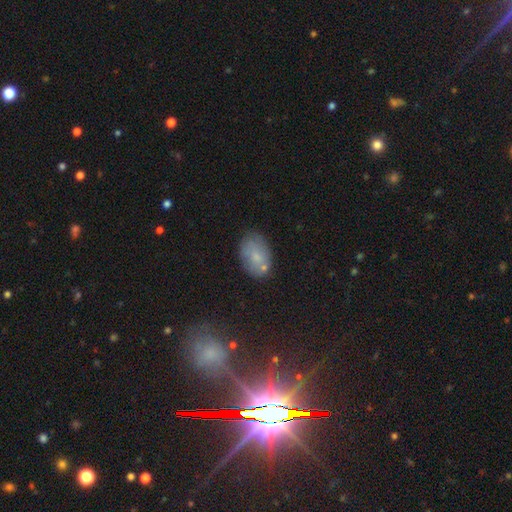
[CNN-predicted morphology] This appears to be a smooth galaxy with no disk features (70%) that is in between round and cigar-shaped (88%). Merging: none (66%).